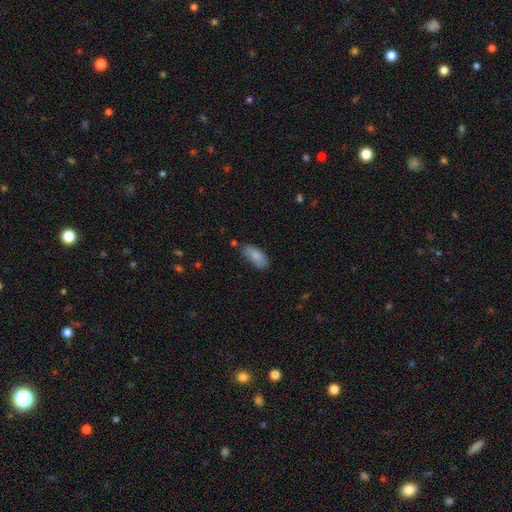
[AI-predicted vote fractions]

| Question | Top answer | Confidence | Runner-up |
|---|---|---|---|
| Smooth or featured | smooth | 85% | featured or disk (8%) |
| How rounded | in between | 86% | cigar-shaped (12%) |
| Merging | none | 66% | minor disturbance (25%) |